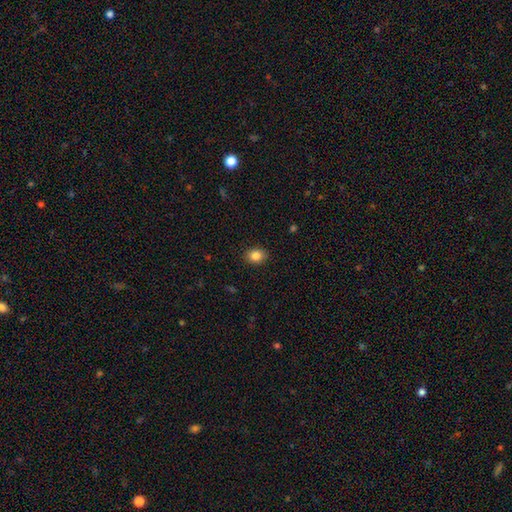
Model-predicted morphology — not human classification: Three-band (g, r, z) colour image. It shows a smooth galaxy with no disk features (85%) that is in between round and cigar-shaped (54%). Merging: none (89%).